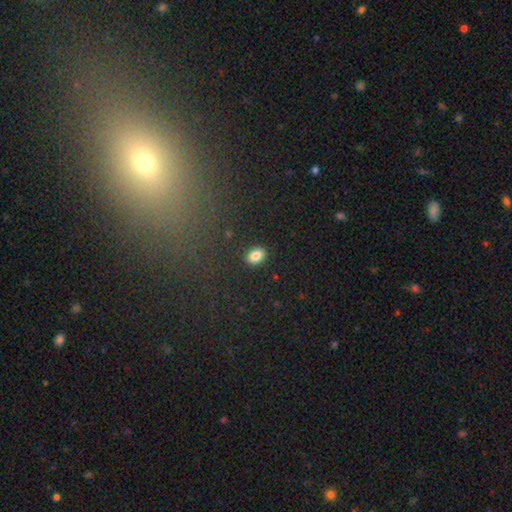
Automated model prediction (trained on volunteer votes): Smooth or featured?
  - smooth: 84% *
  - star or artifact: 10%
  - featured or disk: 6%
How rounded?
  - in between: 70% *
  - round: 29%
  - cigar-shaped: 1%
Merging?
  - none: 88% *
  - minor disturbance: 8%
  - major disturbance: 2%
  - merger: 1%